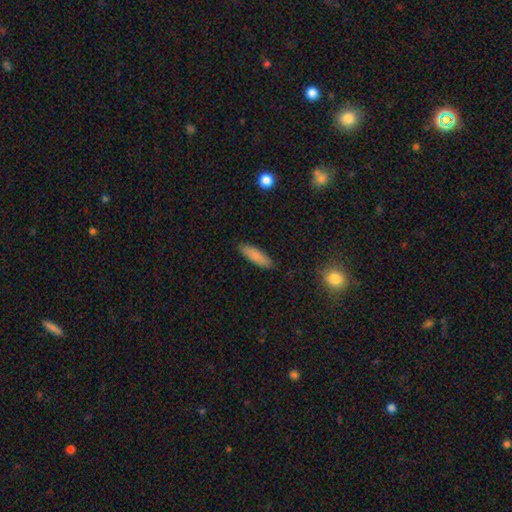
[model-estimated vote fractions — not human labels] The model was most divided on "how rounded": cigar-shaped: 57%, in between: 41%, round: 2%. More confident: merging — none (89%); smooth or featured — smooth (84%).